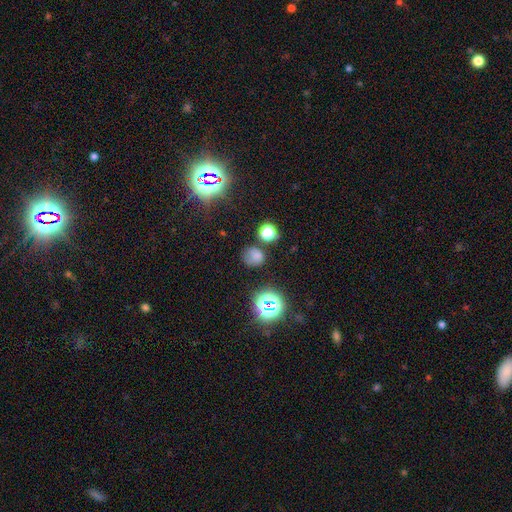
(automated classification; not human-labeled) This is likely a smooth galaxy (63%). How rounded: likely round (74%). Merging: likely none (64%).